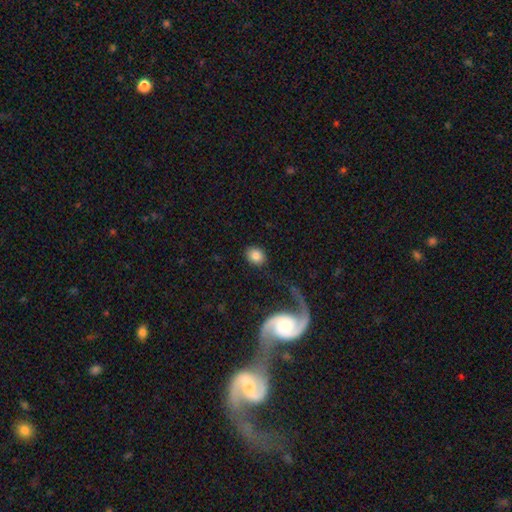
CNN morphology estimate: smooth-or-featured: smooth: 80% | featured or disk: 11% | star or artifact: 8%
  how-rounded: round: 57% | in between: 41% | cigar-shaped: 1%
  merging: none: 82% | minor disturbance: 9% | major disturbance: 5% | merger: 3%